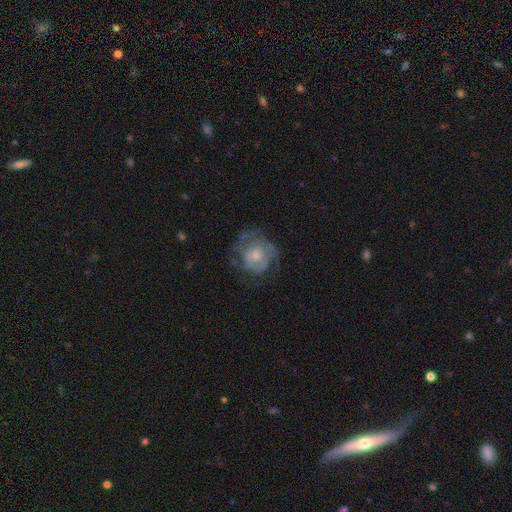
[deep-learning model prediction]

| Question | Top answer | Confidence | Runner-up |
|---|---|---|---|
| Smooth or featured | featured or disk | 51% | smooth (40%) |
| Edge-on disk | no | 97% | yes (3%) |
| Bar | no | 82% | weak (15%) |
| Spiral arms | no | 62% | yes (38%) |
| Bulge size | small | 46% | moderate (41%) |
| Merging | none | 48% | major disturbance (27%) |